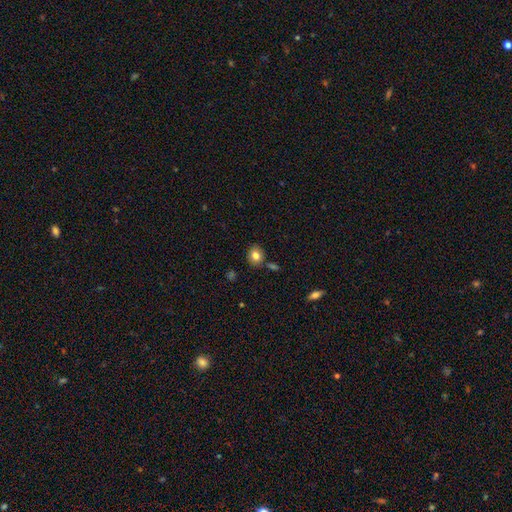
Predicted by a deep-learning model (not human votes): A smooth galaxy with no disk features (81%) that is round (63%). Merging: none (81%).